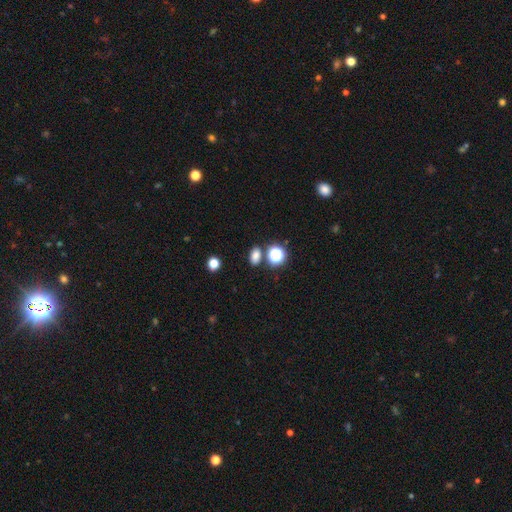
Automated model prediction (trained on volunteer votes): Smooth or featured: smooth — 76% (star or artifact — 18%)
How rounded: in between — 76% (round — 22%)
Merging: none — 77% (minor disturbance — 10%)